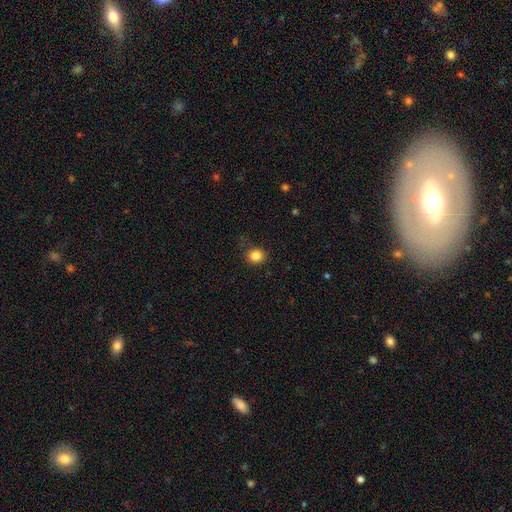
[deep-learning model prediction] smooth 83%, star or artifact 12%, featured or disk 5%. Down the decision tree: how rounded — round (79%); merging — none (83%).